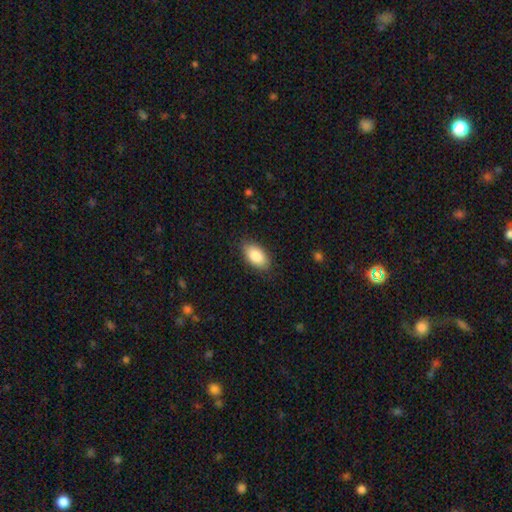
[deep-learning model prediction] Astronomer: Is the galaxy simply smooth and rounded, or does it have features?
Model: smooth — 87%.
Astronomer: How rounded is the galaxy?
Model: in between — 93%.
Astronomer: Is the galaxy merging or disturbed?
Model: none — 85%.